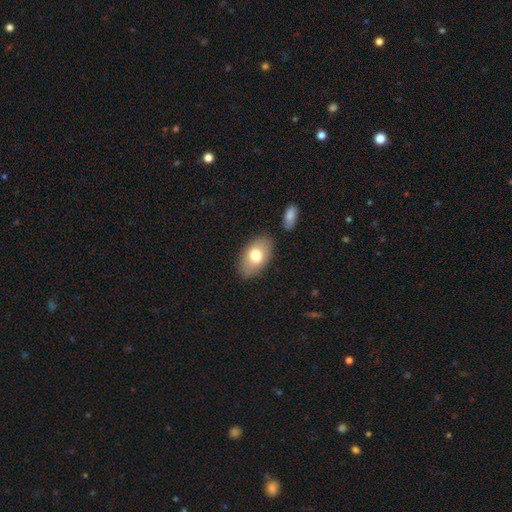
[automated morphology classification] Smooth or featured: smooth — 74% (featured or disk — 19%)
How rounded: in between — 90% (round — 9%)
Merging: none — 80% (minor disturbance — 12%)